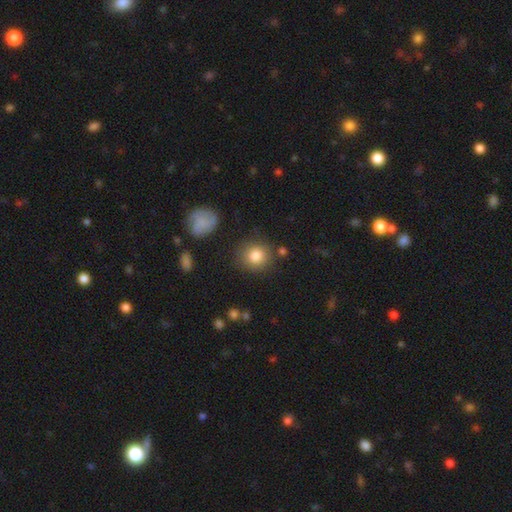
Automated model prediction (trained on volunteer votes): This appears to be a smooth galaxy with no disk features (84%) that is round (88%). Merging: none (82%).